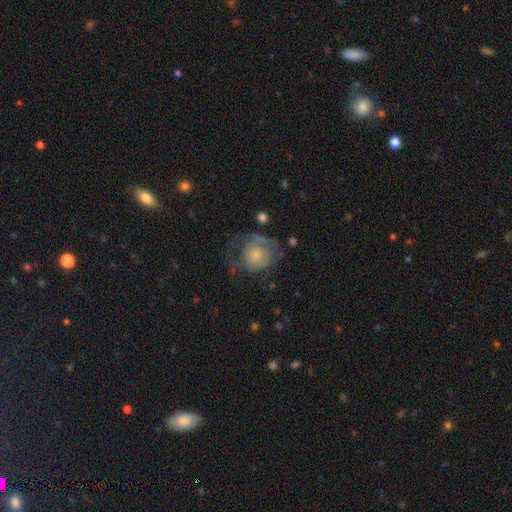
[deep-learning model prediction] smooth_or_featured: featured or disk (p=0.51) [alt: smooth p=0.38]
disk_edge_on: no (p=0.97) [alt: yes p=0.03]
merging: none (p=0.46) [alt: major disturbance p=0.28]